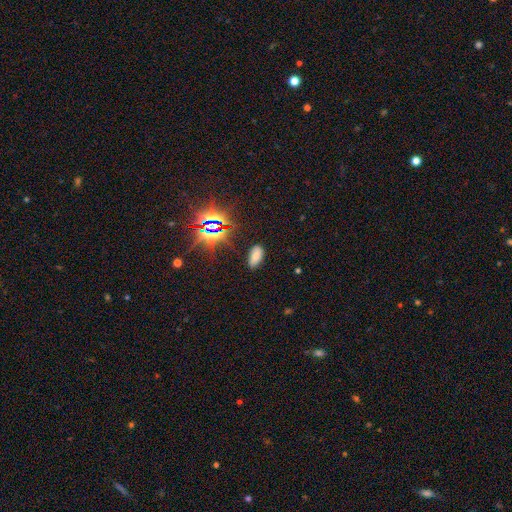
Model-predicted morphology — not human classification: This appears to be a smooth galaxy with no disk features (62%) that is in between round and cigar-shaped (93%). Merging: none (81%).